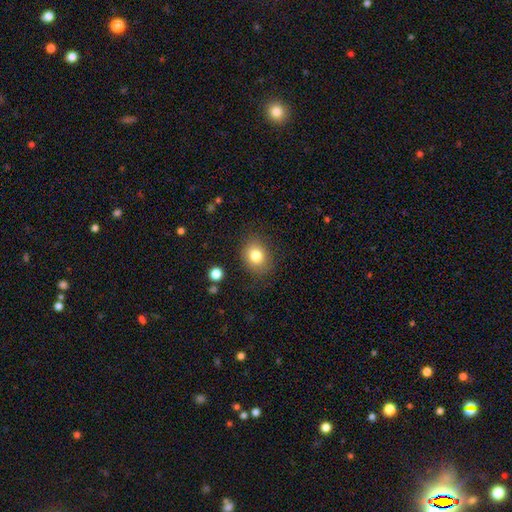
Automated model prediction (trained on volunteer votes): smooth-or-featured: smooth: 81% | star or artifact: 10% | featured or disk: 9%
  how-rounded: round: 58% | in between: 42% | cigar-shaped: 1%
  merging: none: 81% | minor disturbance: 13% | major disturbance: 4% | merger: 2%